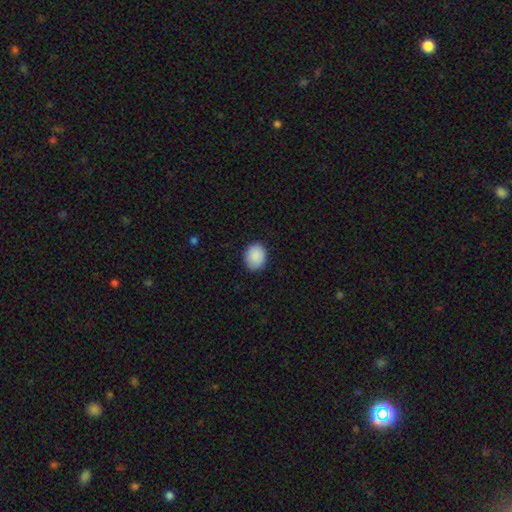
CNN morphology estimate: A smooth galaxy with no disk features (90%) that is round (58%).

Vote fractions:
- Smooth or featured? smooth: 90% / star or artifact: 7% / featured or disk: 3%
- How rounded? round: 58% / in between: 42% / cigar-shaped: 1%
- Merging? none: 88% / minor disturbance: 9% / major disturbance: 2% / merger: 1%